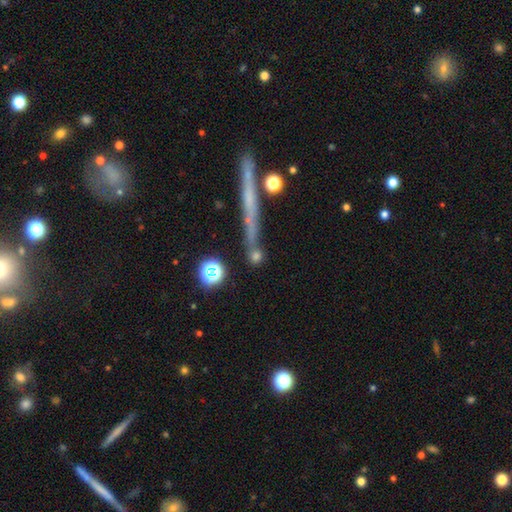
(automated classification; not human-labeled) Smooth or featured?
  - smooth: 62% *
  - star or artifact: 24%
  - featured or disk: 14%
How rounded?
  - round: 73% *
  - cigar-shaped: 17%
  - in between: 10%
Merging?
  - none: 69% *
  - merger: 15%
  - minor disturbance: 10%
  - major disturbance: 5%